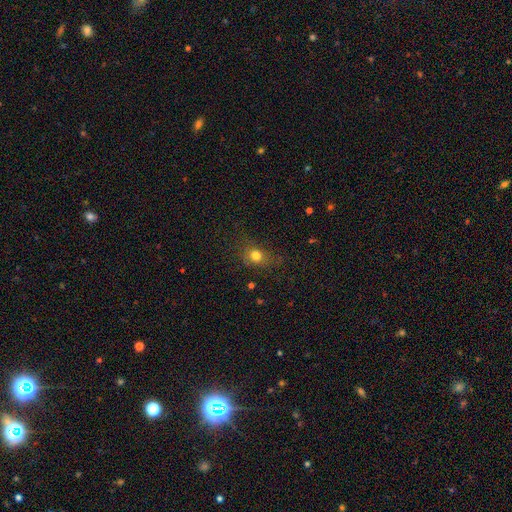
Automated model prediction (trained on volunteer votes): Smooth or featured: smooth — 75% (star or artifact — 16%)
How rounded: round — 62% (in between — 36%)
Merging: none — 69% (minor disturbance — 20%)